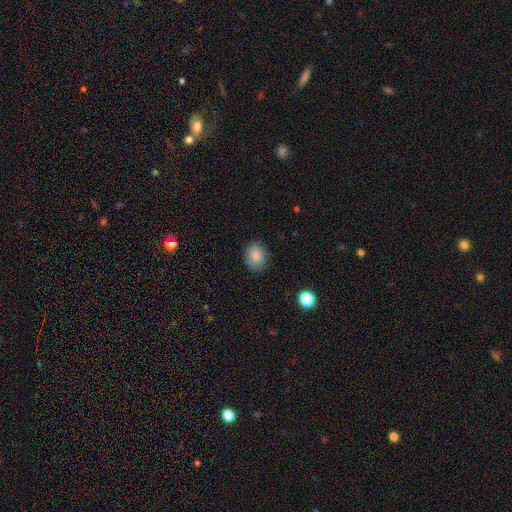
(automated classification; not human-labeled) Smooth or featured?
  - smooth: 84% *
  - star or artifact: 9%
  - featured or disk: 7%
How rounded?
  - round: 53% *
  - in between: 46%
  - cigar-shaped: 1%
Merging?
  - none: 85% *
  - minor disturbance: 11%
  - major disturbance: 3%
  - merger: 1%